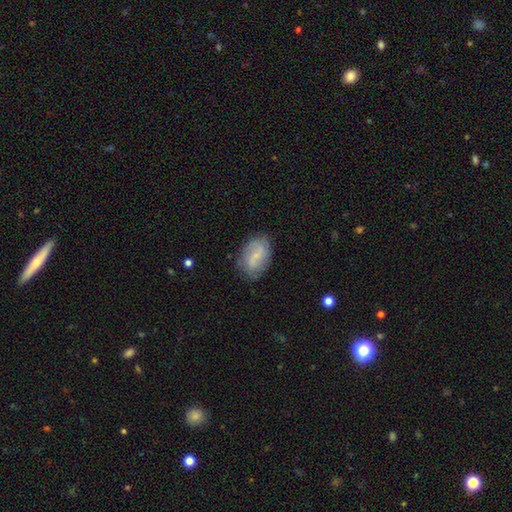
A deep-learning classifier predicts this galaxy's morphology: A featured or disk galaxy (48%). Merging: none (75%).